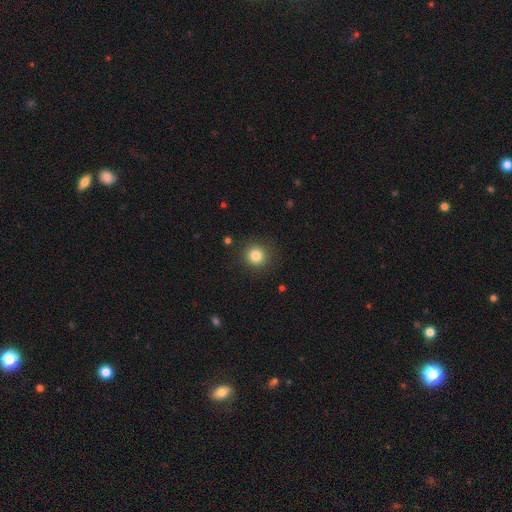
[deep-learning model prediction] Smooth or featured?
  - smooth: 83% *
  - star or artifact: 11%
  - featured or disk: 6%
How rounded?
  - round: 94% *
  - in between: 6%
  - cigar-shaped: 1%
Merging?
  - none: 89% *
  - minor disturbance: 7%
  - major disturbance: 3%
  - merger: 1%